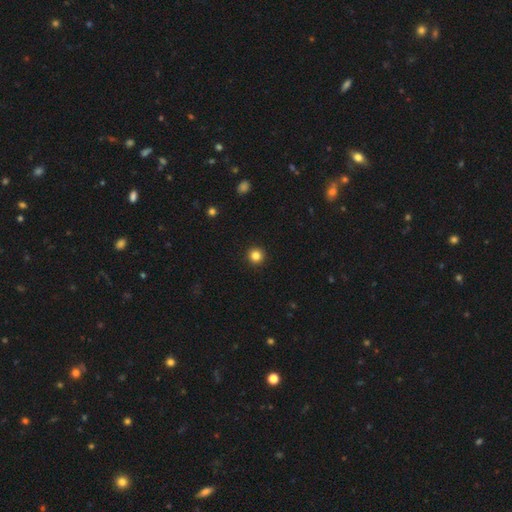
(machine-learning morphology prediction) This appears to be a smooth galaxy with no disk features (84%) that is round (96%). Merging: none (94%).